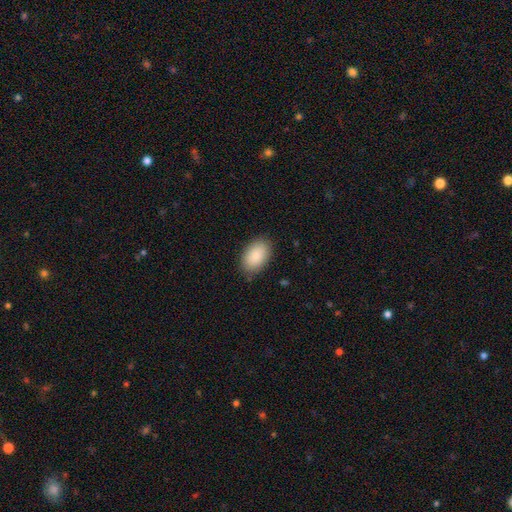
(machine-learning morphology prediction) A smooth galaxy with no disk features (88%) that is in between round and cigar-shaped (93%).

Vote fractions:
- Smooth or featured? smooth: 88% / star or artifact: 6% / featured or disk: 6%
- How rounded? in between: 93% / round: 6% / cigar-shaped: 1%
- Merging? none: 85% / minor disturbance: 11% / major disturbance: 3% / merger: 1%